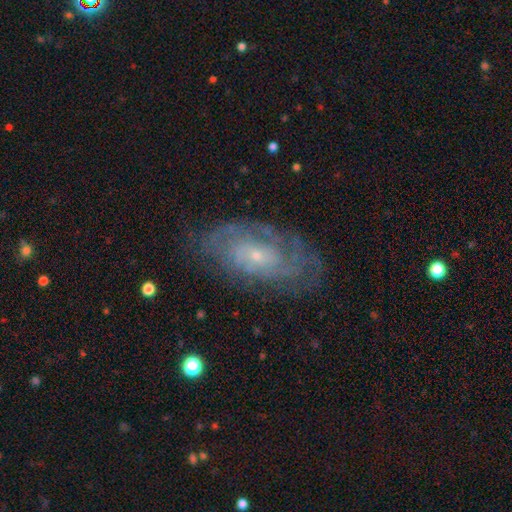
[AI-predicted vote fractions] Morphology: type=featured or disk (78%); edge-on=no (94%); bar=no (75%); spiral arms=yes (86%); winding=tight (63%); arm count=can't tell (52%); bulge=small (77%); merging=none (71%).